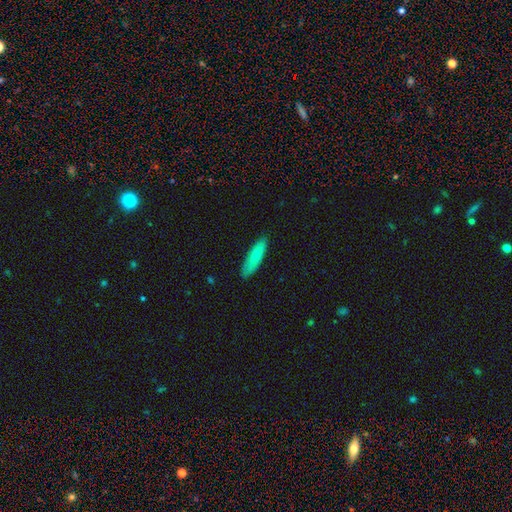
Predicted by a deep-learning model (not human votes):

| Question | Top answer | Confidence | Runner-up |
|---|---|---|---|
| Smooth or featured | smooth | 77% | featured or disk (18%) |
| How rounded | cigar-shaped | 68% | in between (30%) |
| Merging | none | 86% | minor disturbance (11%) |